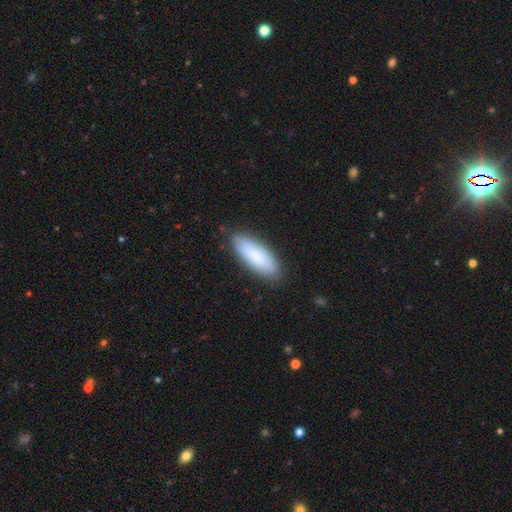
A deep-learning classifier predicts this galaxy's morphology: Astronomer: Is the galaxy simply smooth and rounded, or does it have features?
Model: smooth — 85%.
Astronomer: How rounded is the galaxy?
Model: in between — 69%.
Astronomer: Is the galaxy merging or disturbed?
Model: none — 85%.